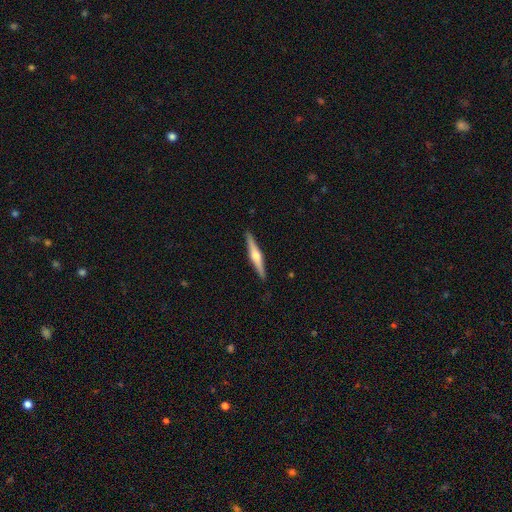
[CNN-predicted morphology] This appears to be a featured or disk galaxy (69%) viewed edge-on (98%) with a rounded central bulge (91%). Merging: none (91%).